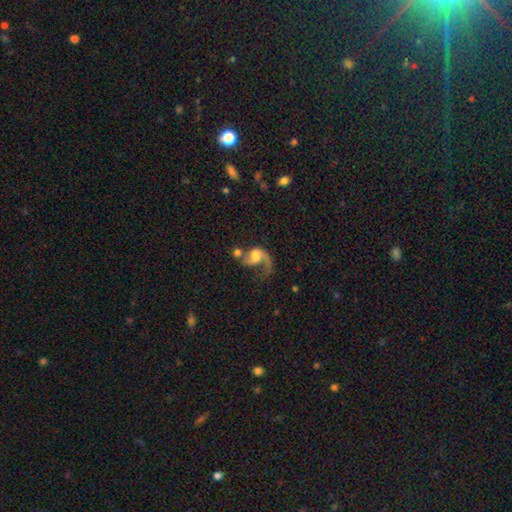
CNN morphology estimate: Overall: featured or disk (75%). Edge-on disk: no (98%). Bar: no (59%; weak 33%). Spiral arms: yes (91%). Spiral arm count: 1 (49%; 2 46%). Spiral winding: loose (66%; medium 28%). Bulge size: moderate (48%; small 22%). Merging: major disturbance (31%; none 28%).